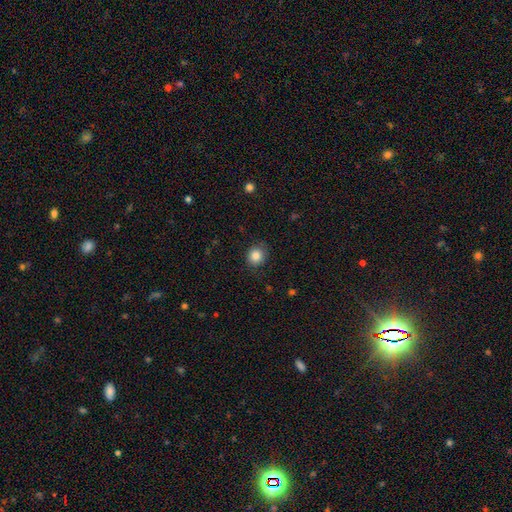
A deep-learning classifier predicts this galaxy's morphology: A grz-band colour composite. It shows a smooth galaxy with no disk features (84%) that is round (83%). Merging: none (83%).